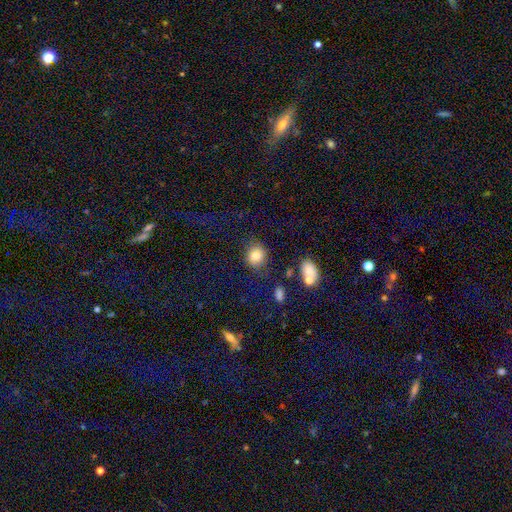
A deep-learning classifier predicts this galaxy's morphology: Smooth or featured: smooth — 81% (star or artifact — 11%)
How rounded: round — 75% (in between — 24%)
Merging: none — 78% (minor disturbance — 13%)